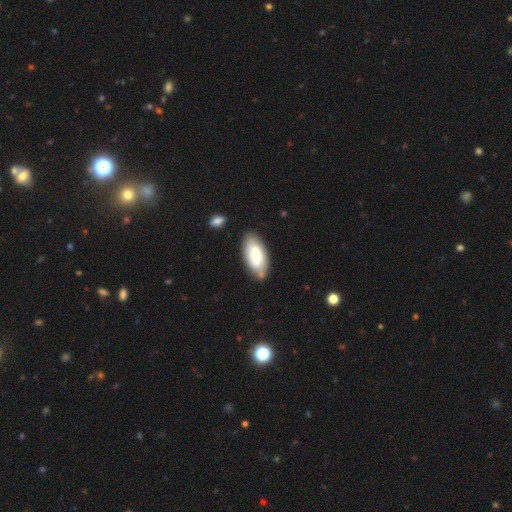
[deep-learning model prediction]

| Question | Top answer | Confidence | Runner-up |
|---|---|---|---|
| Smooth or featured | smooth | 66% | featured or disk (28%) |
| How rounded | in between | 91% | cigar-shaped (7%) |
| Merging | none | 73% | minor disturbance (18%) |